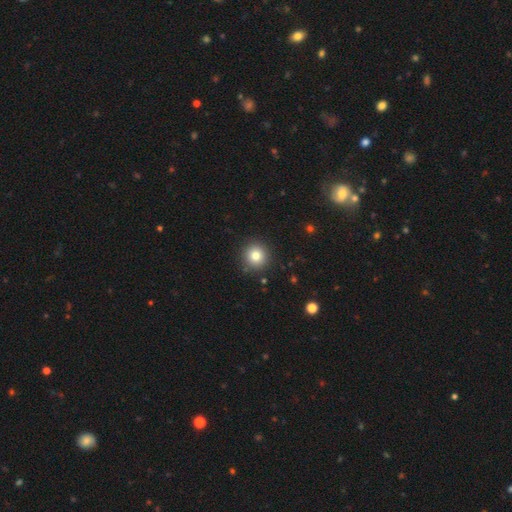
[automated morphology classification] Overall: smooth (79%). How rounded: round (94%). Merging: none (90%).